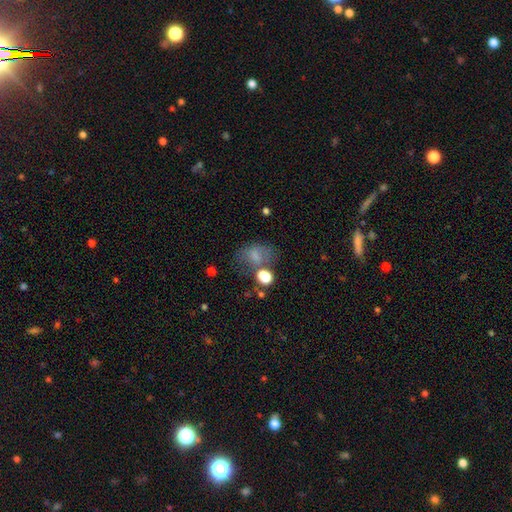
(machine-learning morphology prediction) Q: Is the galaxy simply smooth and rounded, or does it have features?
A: smooth — 66%.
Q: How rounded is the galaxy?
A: in between — 74%.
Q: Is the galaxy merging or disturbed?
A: none — 42%.